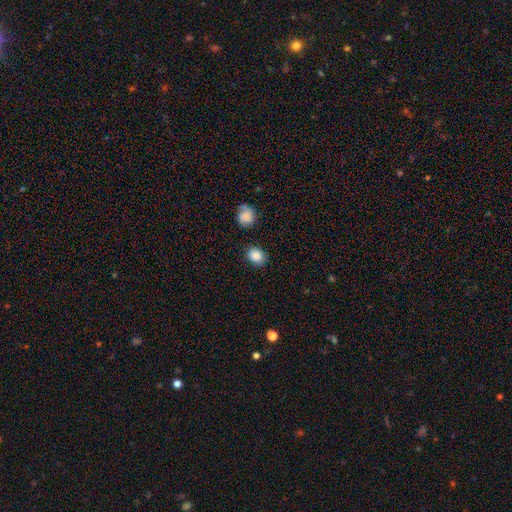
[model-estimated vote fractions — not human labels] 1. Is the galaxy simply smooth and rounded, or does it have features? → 86% smooth, 9% star or artifact, 4% featured or disk.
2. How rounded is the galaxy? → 54% round, 45% in between, 1% cigar-shaped.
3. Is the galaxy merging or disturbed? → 84% none, 10% minor disturbance, 3% merger, 3% major disturbance.